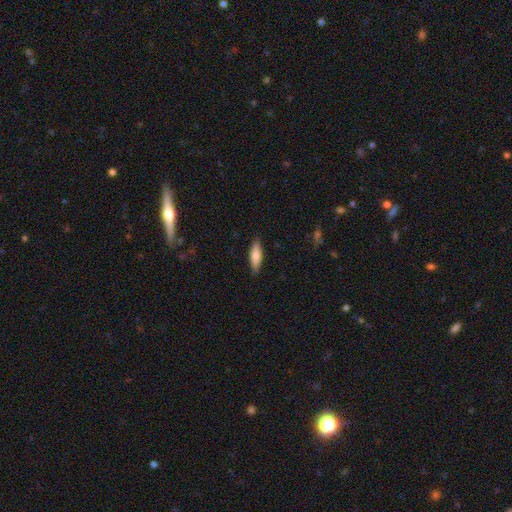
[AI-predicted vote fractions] smooth 74%, featured or disk 20%, star or artifact 6%. Down the decision tree: how rounded — cigar-shaped (58%); merging — none (87%).